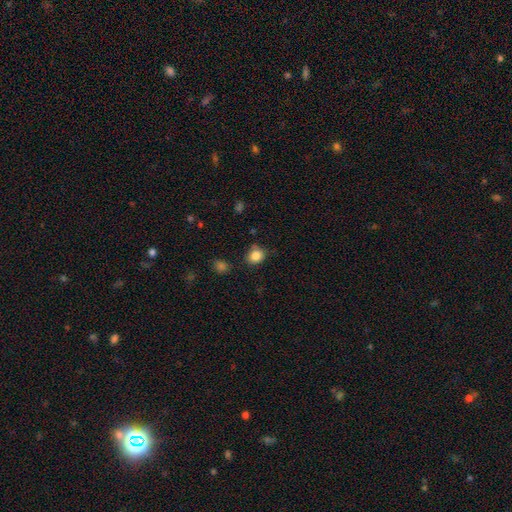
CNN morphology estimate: smooth_or_featured: smooth (p=0.84) [alt: star or artifact p=0.10]
how_rounded: round (p=0.72) [alt: in between p=0.27]
merging: none (p=0.75) [alt: minor disturbance p=0.17]